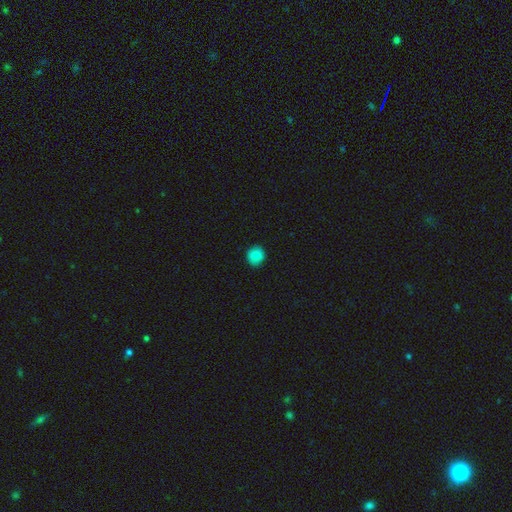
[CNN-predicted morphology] smooth 87%, star or artifact 9%, featured or disk 4%. Down the decision tree: how rounded — round (86%); merging — none (89%).